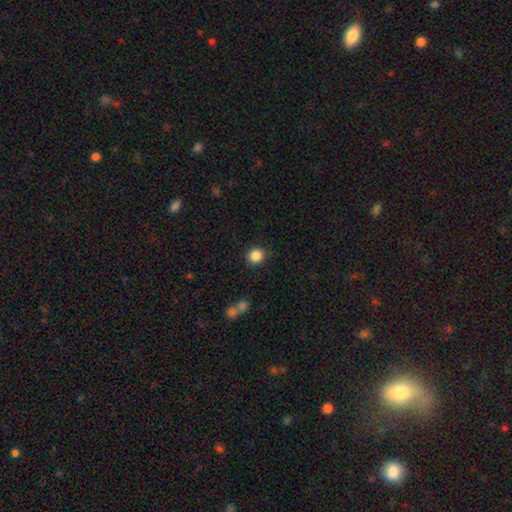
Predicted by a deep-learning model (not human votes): The model was most divided on "how rounded": round: 82%, in between: 17%, cigar-shaped: 1%. More confident: merging — none (87%); smooth or featured — smooth (87%).